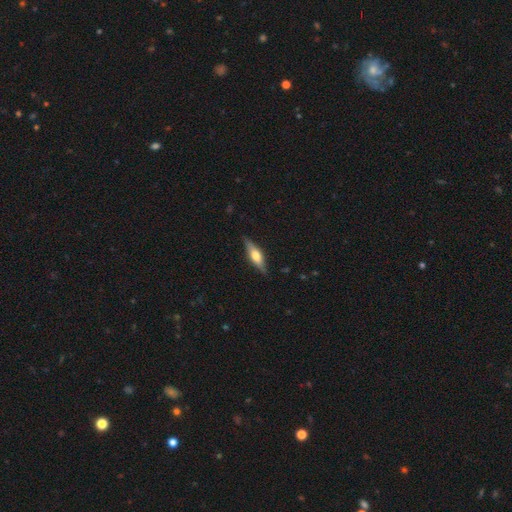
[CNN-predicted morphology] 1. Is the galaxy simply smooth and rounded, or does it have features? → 53% featured or disk, 41% smooth, 6% star or artifact.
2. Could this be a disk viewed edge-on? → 92% yes, 8% no.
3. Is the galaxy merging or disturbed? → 85% none, 12% minor disturbance, 2% major disturbance, 1% merger.